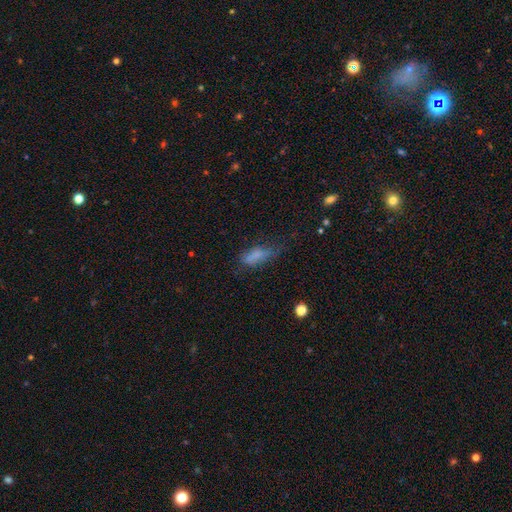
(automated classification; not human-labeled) smooth 69%, featured or disk 19%, star or artifact 12%. Down the decision tree: how rounded — in between (61%); merging — none (42%).